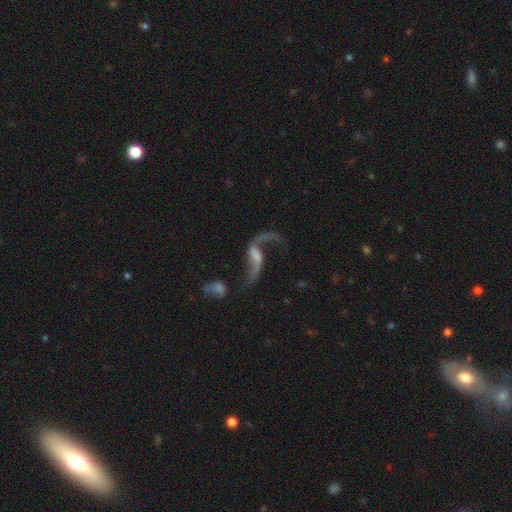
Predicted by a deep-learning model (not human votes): This is clearly a featured or disk galaxy (82%). It is clearly not viewed edge-on (94%). Bar: marginally weak (43%). Spiral arm pattern: clearly yes (90%). Spiral arm count: clearly 2 (84%). Spiral winding: clearly loose (93%). Central bulge: marginally none (37%). Merging: marginally none (43%).